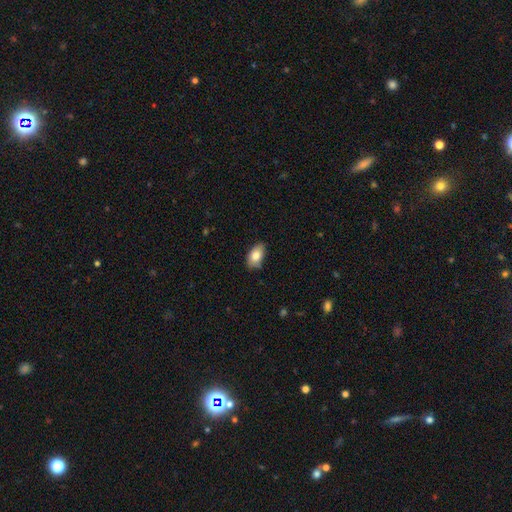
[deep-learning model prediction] A smooth galaxy with no disk features (83%) that is in between round and cigar-shaped (91%).

Vote fractions:
- Smooth or featured? smooth: 83% / featured or disk: 10% / star or artifact: 7%
- How rounded? in between: 91% / round: 7% / cigar-shaped: 2%
- Merging? none: 78% / minor disturbance: 18% / major disturbance: 3% / merger: 1%